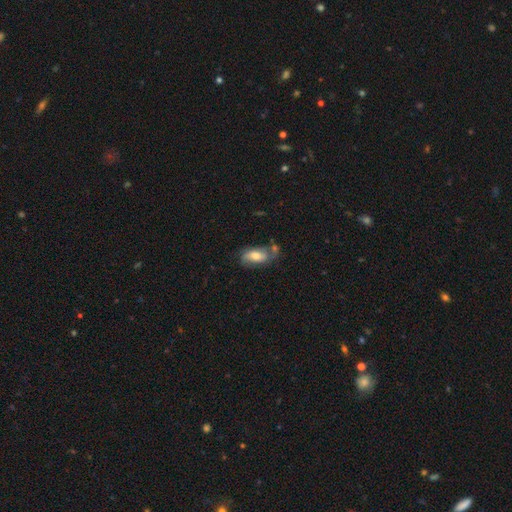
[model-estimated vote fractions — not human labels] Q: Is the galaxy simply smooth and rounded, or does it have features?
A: smooth — 55%.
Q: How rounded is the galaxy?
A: in between — 87%.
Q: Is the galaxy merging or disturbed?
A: none — 51%.